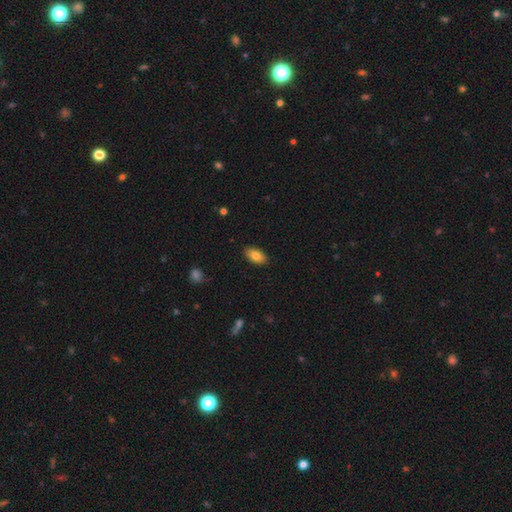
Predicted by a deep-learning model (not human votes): smooth 82%, featured or disk 11%, star or artifact 7%. Down the decision tree: how rounded — in between (92%); merging — none (87%).